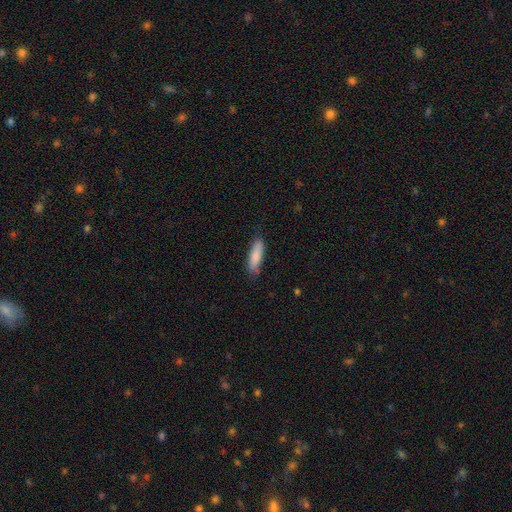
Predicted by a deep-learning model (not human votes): smooth 85%, featured or disk 9%, star or artifact 6%. Down the decision tree: how rounded — cigar-shaped (57%); merging — none (76%).